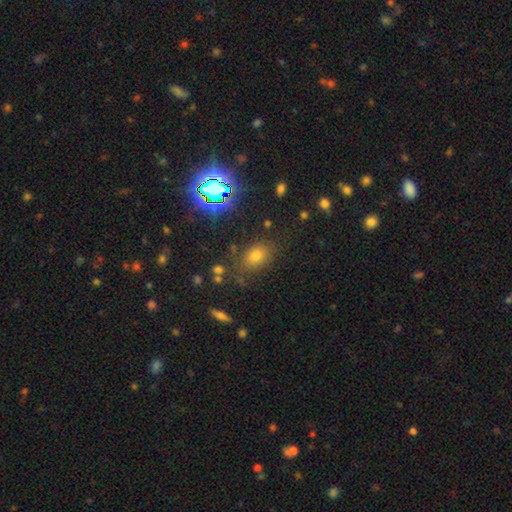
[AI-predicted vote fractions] A smooth galaxy with no disk features (64%) that is in between round and cigar-shaped (71%). Merging: none (77%).